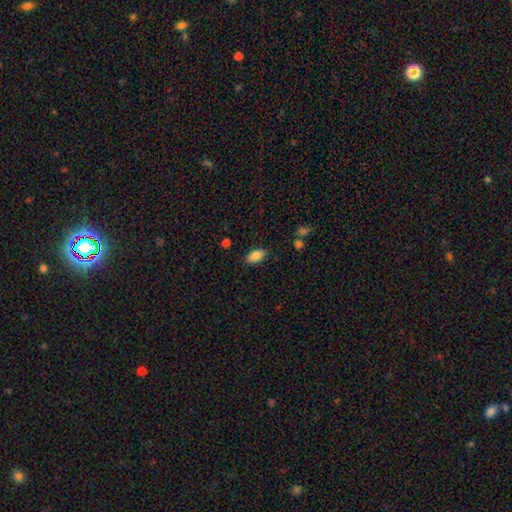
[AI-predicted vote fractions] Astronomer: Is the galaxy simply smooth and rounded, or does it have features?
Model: smooth — 86%.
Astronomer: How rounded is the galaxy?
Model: in between — 92%.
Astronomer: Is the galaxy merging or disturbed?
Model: none — 85%.